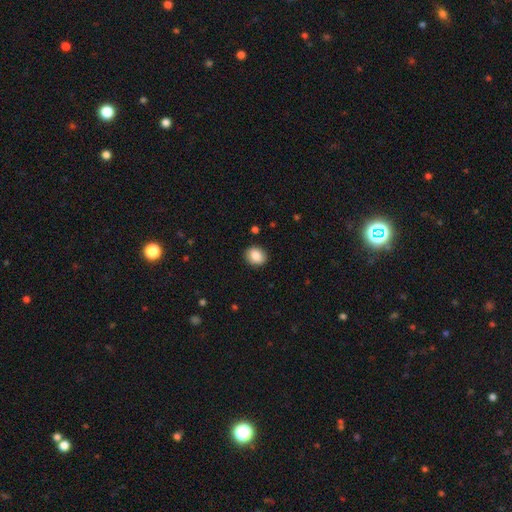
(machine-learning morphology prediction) A smooth galaxy with no disk features (86%) that is round (62%). Merging: none (89%).